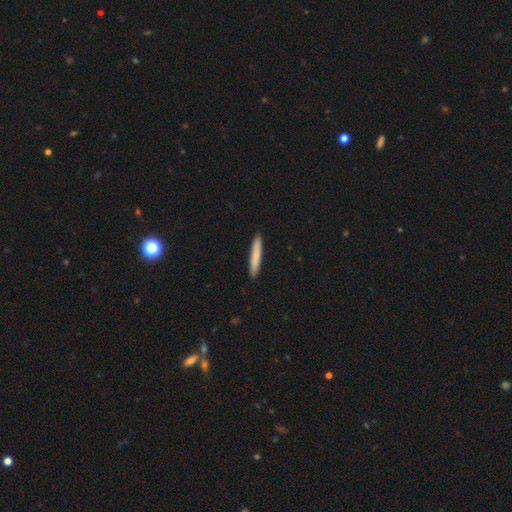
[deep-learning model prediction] A smooth galaxy with no disk features (81%) that is cigar-shaped (95%).

Vote fractions:
- Smooth or featured? smooth: 81% / featured or disk: 13% / star or artifact: 5%
- How rounded? cigar-shaped: 95% / in between: 4% / round: 1%
- Merging? none: 92% / minor disturbance: 5% / major disturbance: 1% / merger: 1%